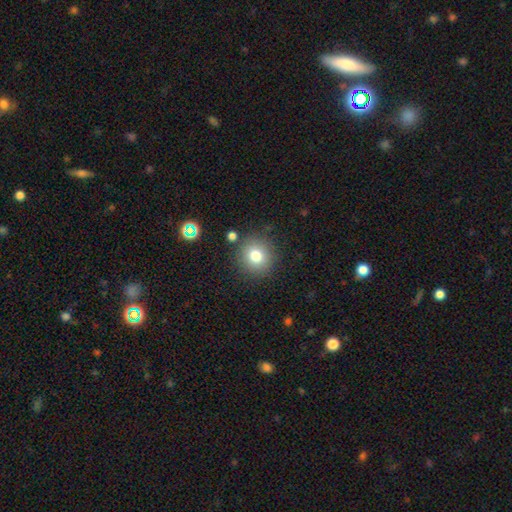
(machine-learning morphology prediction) This appears to be a smooth galaxy with no disk features (78%) that is round (91%). Merging: none (86%).